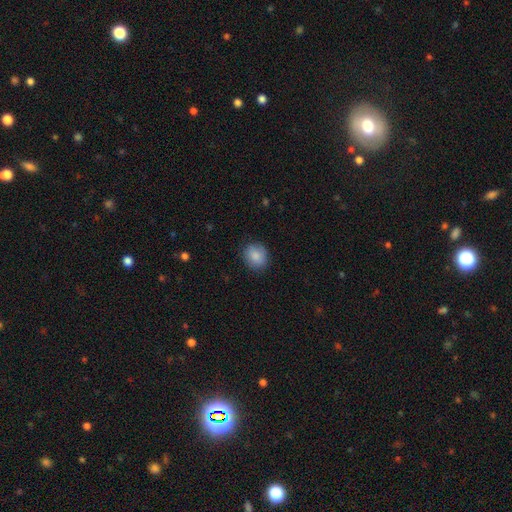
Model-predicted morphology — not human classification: smooth-or-featured: smooth: 86% | star or artifact: 8% | featured or disk: 6%
  how-rounded: round: 72% | in between: 27% | cigar-shaped: 1%
  merging: none: 84% | minor disturbance: 12% | major disturbance: 3% | merger: 1%